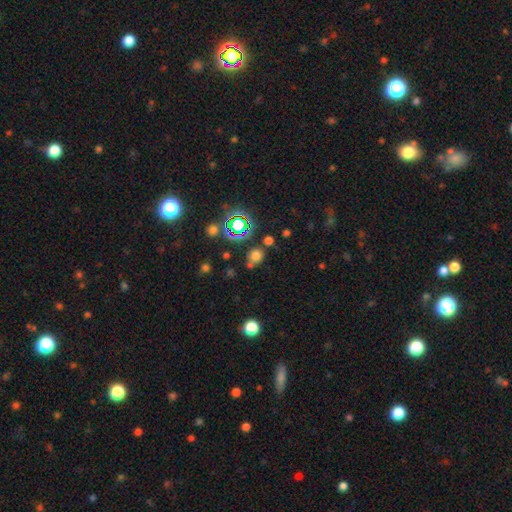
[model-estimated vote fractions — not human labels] The model was most divided on "smooth or featured": smooth: 64%, star or artifact: 28%, featured or disk: 8%. More confident: how rounded — round (74%); merging — none (64%).